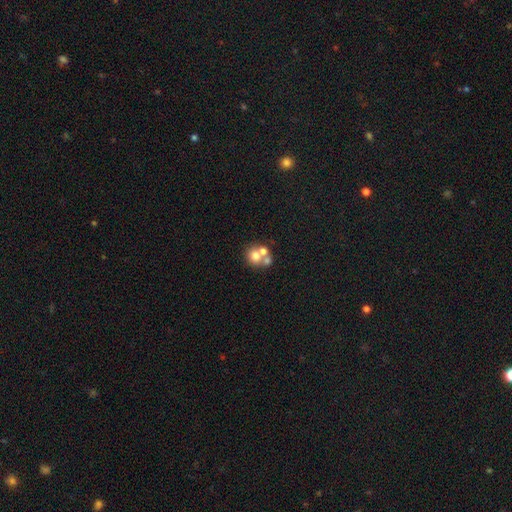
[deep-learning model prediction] A smooth galaxy with no disk features (64%) that is round (81%).

Vote fractions:
- Smooth or featured? smooth: 64% / featured or disk: 23% / star or artifact: 12%
- How rounded? round: 81% / in between: 18% / cigar-shaped: 1%
- Merging? merger: 51% / none: 39% / minor disturbance: 7% / major disturbance: 4%